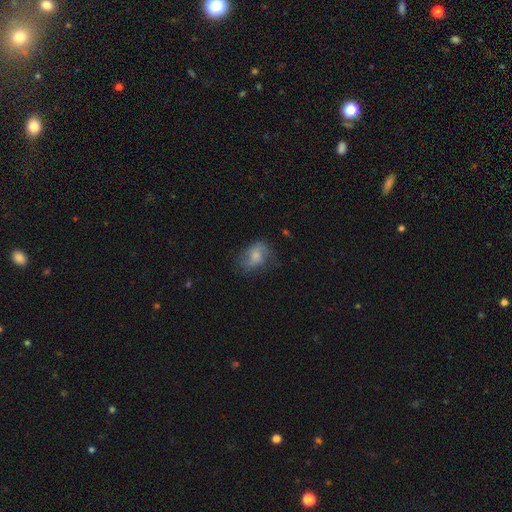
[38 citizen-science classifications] Smooth or featured: smooth — 47% (tied with featured or disk — 47%)
How rounded: in between — 72% (round — 28%)
Merging: none — 61% (minor disturbance — 28%)